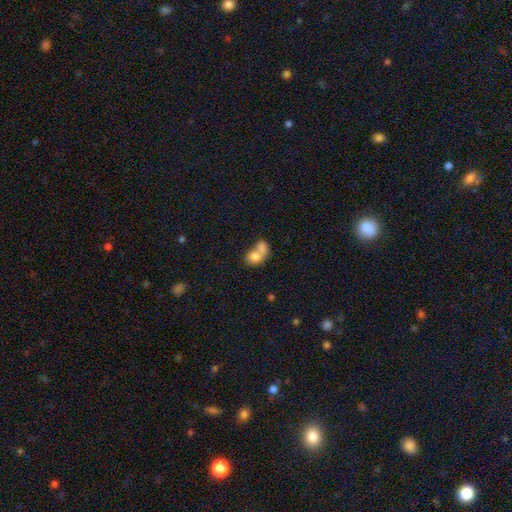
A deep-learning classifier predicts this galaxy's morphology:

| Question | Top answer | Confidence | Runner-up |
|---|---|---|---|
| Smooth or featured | smooth | 74% | featured or disk (17%) |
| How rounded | in between | 55% | round (44%) |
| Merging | merger | 72% | none (17%) |